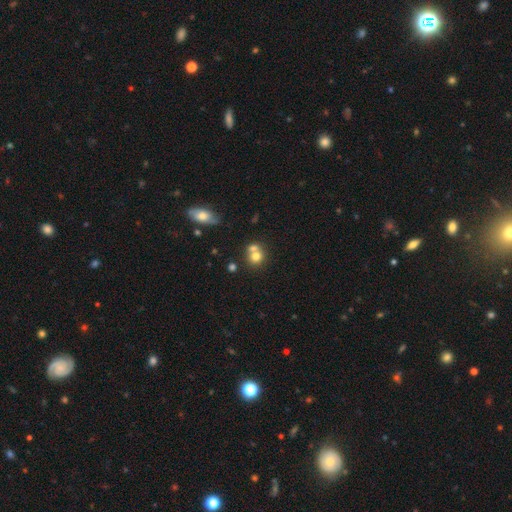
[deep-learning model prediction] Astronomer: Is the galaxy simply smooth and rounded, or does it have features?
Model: smooth — 73%.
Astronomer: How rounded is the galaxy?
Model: round — 80%.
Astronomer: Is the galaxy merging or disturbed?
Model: merger — 50% (runner-up: none, 39%).